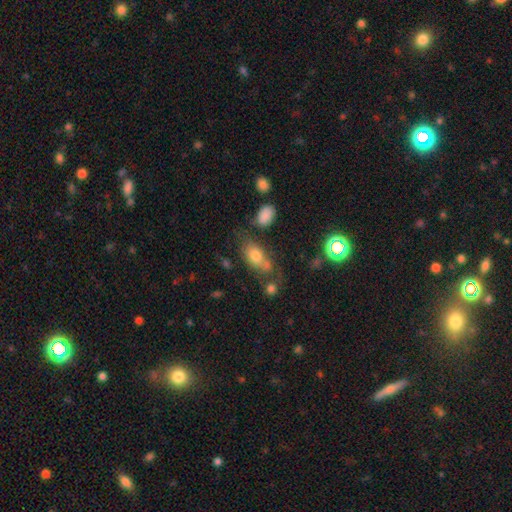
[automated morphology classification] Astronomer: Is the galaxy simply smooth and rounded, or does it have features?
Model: smooth — 71%.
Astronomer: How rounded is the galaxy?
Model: in between — 81%.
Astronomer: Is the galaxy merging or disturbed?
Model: none — 51%.